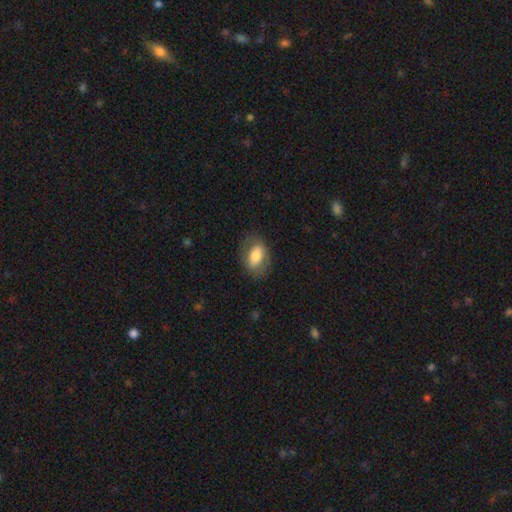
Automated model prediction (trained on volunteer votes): Smooth or featured? Predicted: smooth (p=0.71). How rounded? Predicted: in between (p=0.87). Merging? Predicted: none (p=0.74).